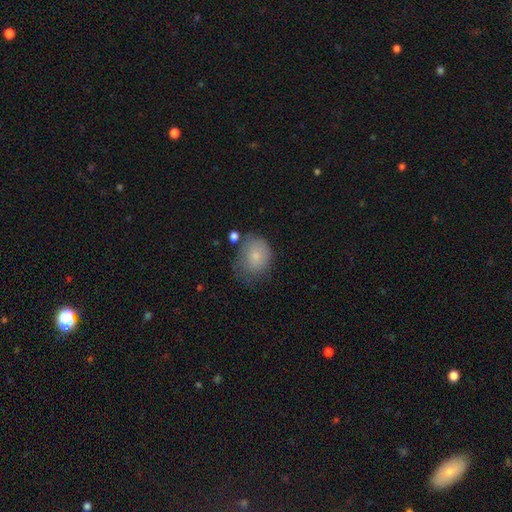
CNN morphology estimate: type=smooth (75%); roundness=in between (52%); merging=none (47%).